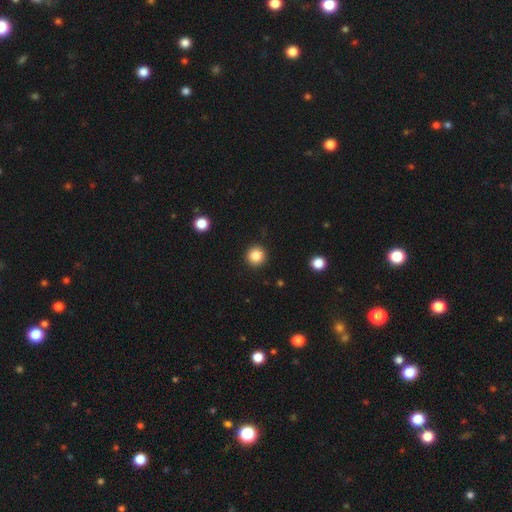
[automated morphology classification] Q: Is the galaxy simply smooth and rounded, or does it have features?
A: smooth — 86%.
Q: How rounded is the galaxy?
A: round — 95%.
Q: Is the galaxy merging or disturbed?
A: none — 92%.